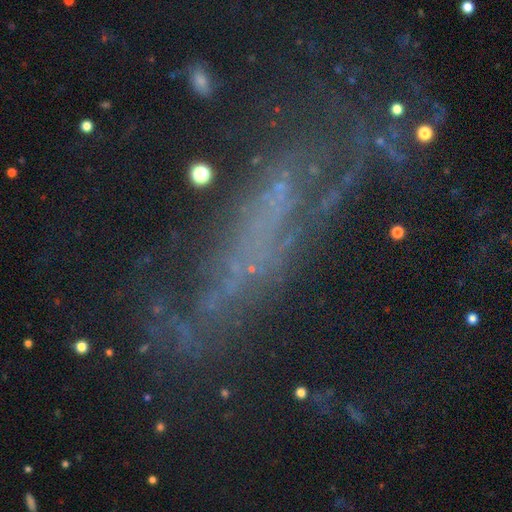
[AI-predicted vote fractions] Morphology: type=featured or disk (47%); merging=none (50%).